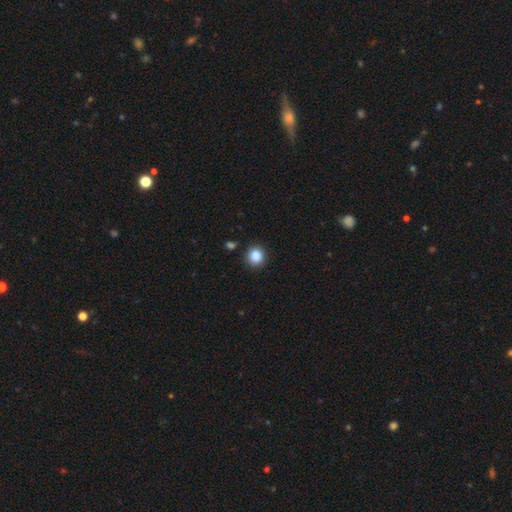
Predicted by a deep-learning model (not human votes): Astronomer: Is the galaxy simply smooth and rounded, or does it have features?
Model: smooth — 88%.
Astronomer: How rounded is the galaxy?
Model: round — 89%.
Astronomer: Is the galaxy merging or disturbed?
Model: none — 88%.